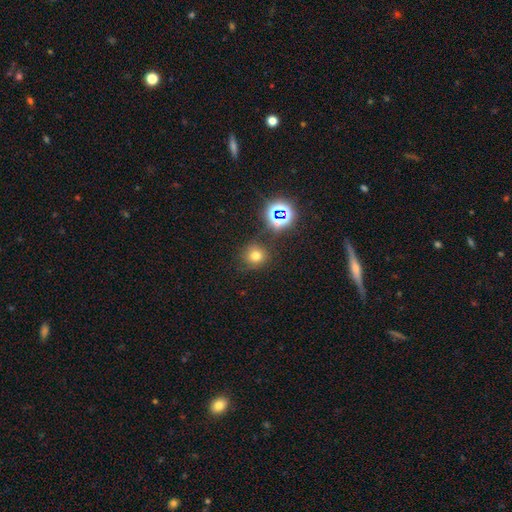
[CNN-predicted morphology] Q: Smooth or featured?
A: smooth (67%); runner-up: star or artifact (24%)
Q: How rounded?
A: round (91%); runner-up: in between (8%)
Q: Merging?
A: none (82%); runner-up: minor disturbance (10%)